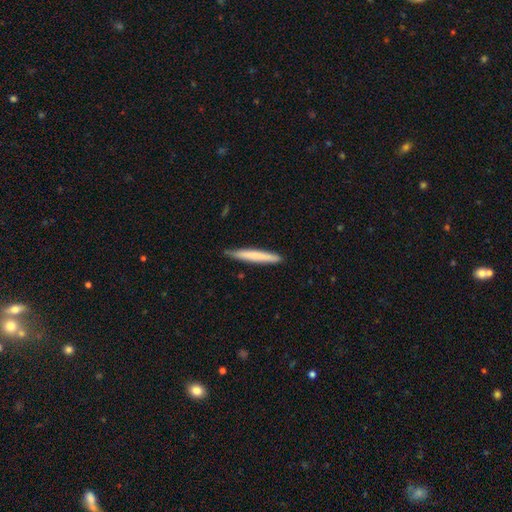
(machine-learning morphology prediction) smooth-or-featured: smooth: 71% | featured or disk: 24% | star or artifact: 5%
  how-rounded: cigar-shaped: 96% | in between: 3% | round: 1%
  merging: none: 86% | minor disturbance: 11% | major disturbance: 2% | merger: 1%